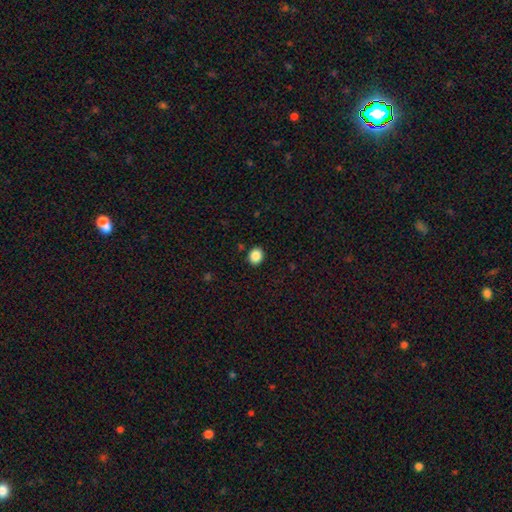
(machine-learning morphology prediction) This appears to be a smooth galaxy with no disk features (88%) that is round (65%). Merging: none (89%).